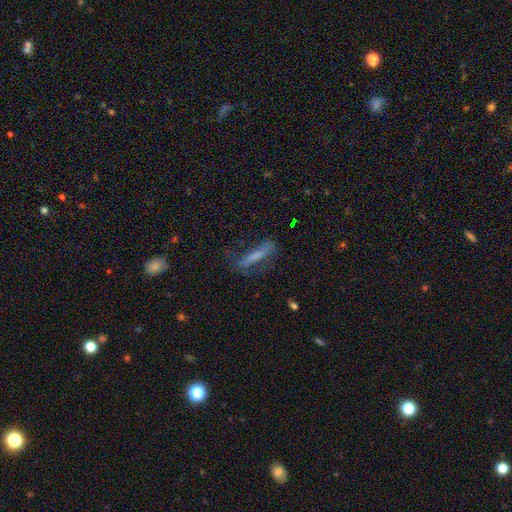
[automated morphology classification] Smooth or featured? smooth (50%)
How rounded? cigar-shaped (87%)
Merging? none (65%)